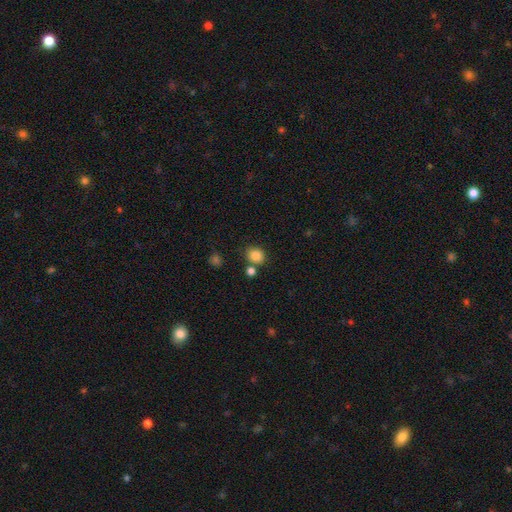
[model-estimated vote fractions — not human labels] This is clearly a smooth galaxy (84%). How rounded: likely round (72%). Merging: likely none (73%).